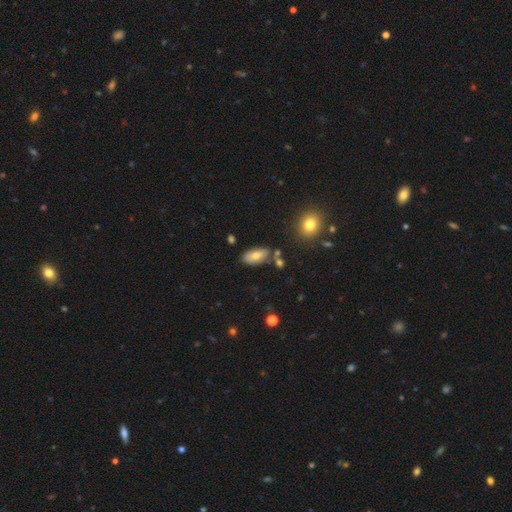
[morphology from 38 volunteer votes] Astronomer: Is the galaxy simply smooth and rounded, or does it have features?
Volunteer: smooth — 68%.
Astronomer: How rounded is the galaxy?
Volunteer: in between — 88%.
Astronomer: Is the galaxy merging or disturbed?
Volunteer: none — 65%.